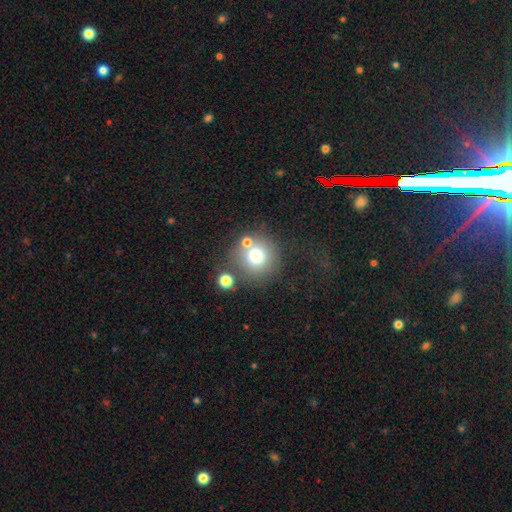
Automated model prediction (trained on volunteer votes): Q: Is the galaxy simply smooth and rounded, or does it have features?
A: smooth — 72%.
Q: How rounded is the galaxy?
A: round — 94%.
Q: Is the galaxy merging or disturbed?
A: none — 69%.